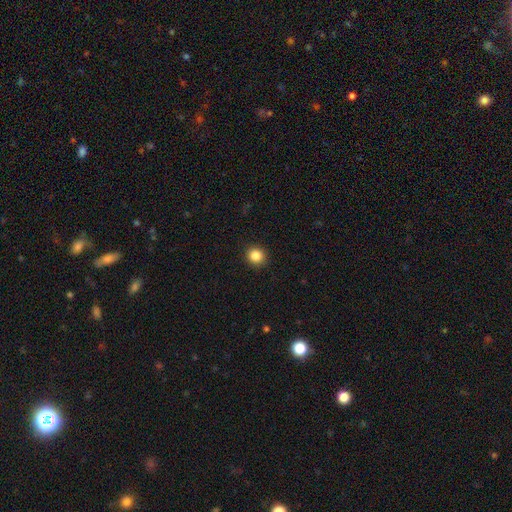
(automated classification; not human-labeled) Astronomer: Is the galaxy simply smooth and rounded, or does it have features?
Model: smooth — 85%.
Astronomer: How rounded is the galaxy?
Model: round — 92%.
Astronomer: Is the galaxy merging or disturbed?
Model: none — 93%.